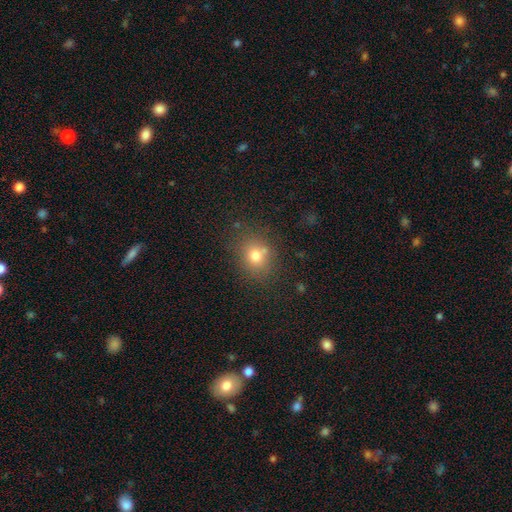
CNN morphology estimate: Smooth or featured: smooth — 73% (star or artifact — 15%)
How rounded: round — 66% (in between — 33%)
Merging: none — 70% (minor disturbance — 14%)